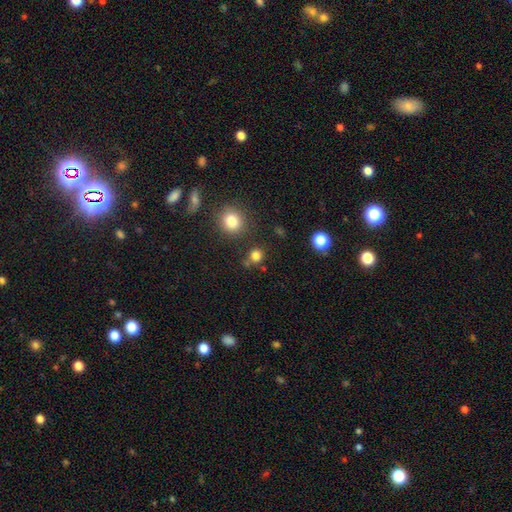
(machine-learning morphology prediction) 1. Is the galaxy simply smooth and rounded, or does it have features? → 79% smooth, 16% star or artifact, 5% featured or disk.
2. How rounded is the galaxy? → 86% round, 13% in between, 1% cigar-shaped.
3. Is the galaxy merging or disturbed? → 76% none, 11% minor disturbance, 10% merger, 4% major disturbance.